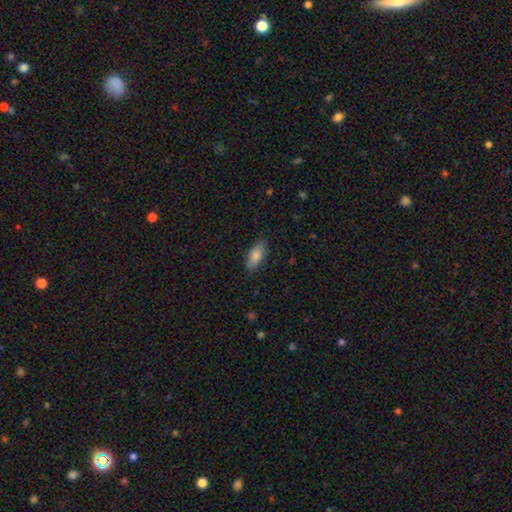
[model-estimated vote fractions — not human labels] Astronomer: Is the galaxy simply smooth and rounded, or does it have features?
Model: smooth — 81%.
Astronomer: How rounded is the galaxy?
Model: in between — 83%.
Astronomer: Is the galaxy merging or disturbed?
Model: none — 84%.